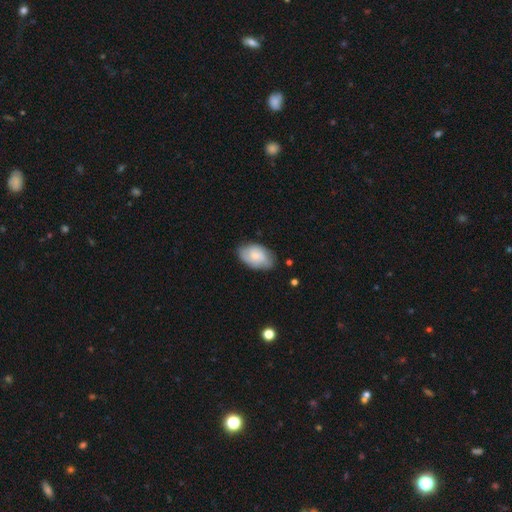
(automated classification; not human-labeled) A smooth galaxy with no disk features (60%) that is in between round and cigar-shaped (91%).

Vote fractions:
- Smooth or featured? smooth: 60% / featured or disk: 34% / star or artifact: 6%
- How rounded? in between: 91% / round: 8% / cigar-shaped: 1%
- Merging? none: 70% / minor disturbance: 24% / major disturbance: 5% / merger: 2%